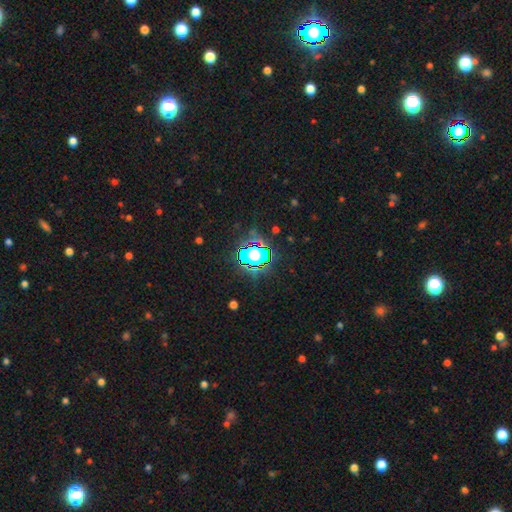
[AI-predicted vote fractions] Morphology: type=star or artifact (75%).